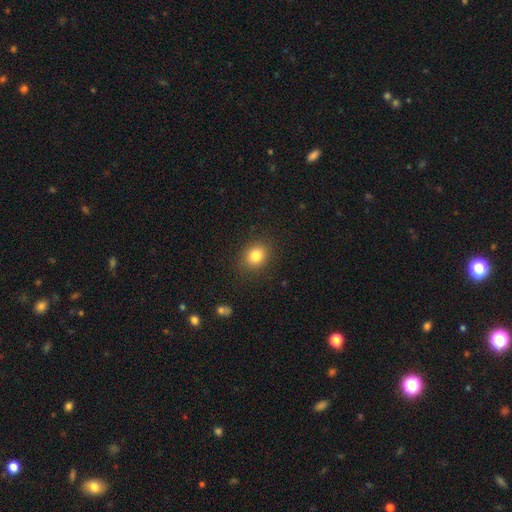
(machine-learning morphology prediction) Q: Smooth or featured?
A: smooth (82%); runner-up: star or artifact (11%)
Q: How rounded?
A: round (65%); runner-up: in between (34%)
Q: Merging?
A: none (88%); runner-up: minor disturbance (8%)